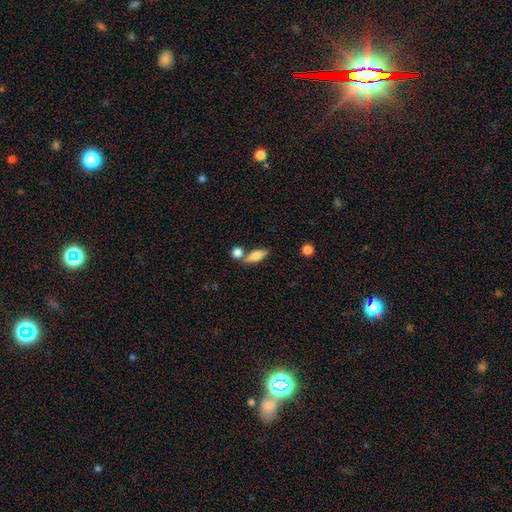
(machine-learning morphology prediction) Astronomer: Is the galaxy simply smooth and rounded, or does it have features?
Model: smooth — 74%.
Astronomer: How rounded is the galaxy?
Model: in between — 57% (runner-up: cigar-shaped, 38%).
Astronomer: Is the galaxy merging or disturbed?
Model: none — 62%.